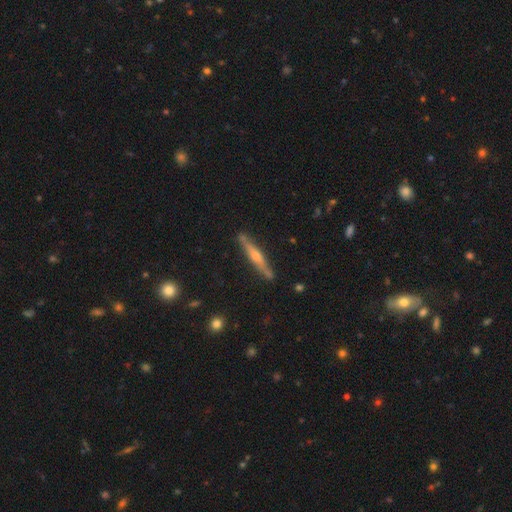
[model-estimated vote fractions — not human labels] Q: Smooth or featured?
A: featured or disk (70%); runner-up: smooth (24%)
Q: Edge-on disk?
A: yes (97%); runner-up: no (3%)
Q: Edge-on bulge?
A: rounded (81%); runner-up: none (13%)
Q: Merging?
A: none (87%); runner-up: minor disturbance (9%)